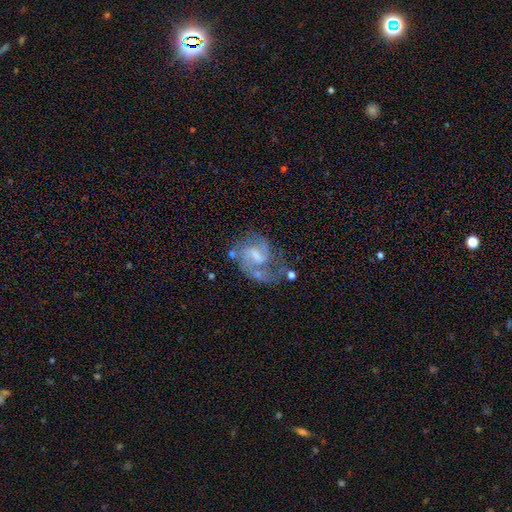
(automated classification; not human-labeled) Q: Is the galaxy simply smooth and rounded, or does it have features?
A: featured or disk — 81%.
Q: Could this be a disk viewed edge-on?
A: no — 97%.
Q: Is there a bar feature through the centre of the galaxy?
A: weak — 58%.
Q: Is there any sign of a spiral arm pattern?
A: yes — 92%.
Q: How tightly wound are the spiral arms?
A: medium — 53%.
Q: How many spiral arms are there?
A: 2 — 71%.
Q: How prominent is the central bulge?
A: moderate — 38%.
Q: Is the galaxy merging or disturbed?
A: none — 47%.